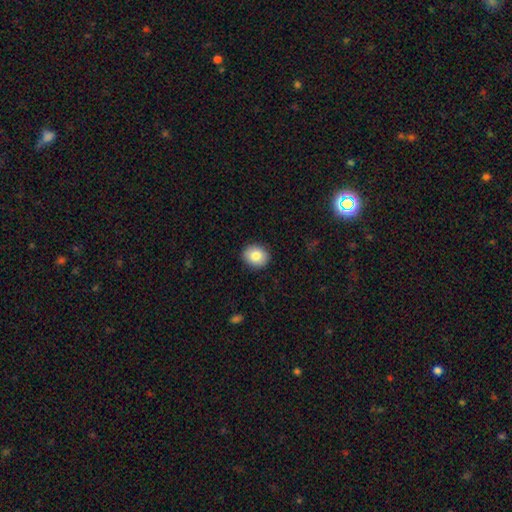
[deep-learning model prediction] Smooth or featured?
  - smooth: 83% *
  - featured or disk: 9%
  - star or artifact: 8%
How rounded?
  - round: 70% *
  - in between: 29%
  - cigar-shaped: 1%
Merging?
  - none: 91% *
  - minor disturbance: 7%
  - major disturbance: 2%
  - merger: 1%